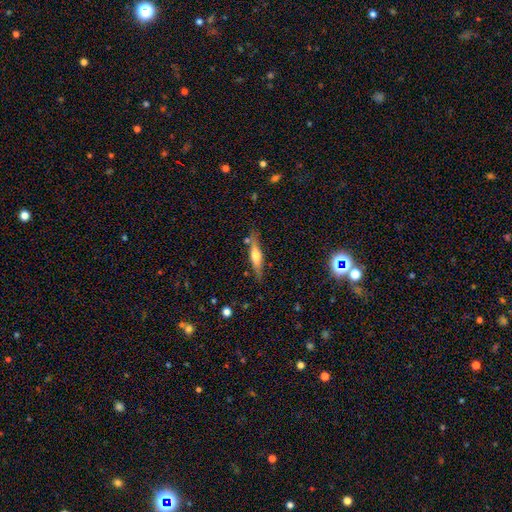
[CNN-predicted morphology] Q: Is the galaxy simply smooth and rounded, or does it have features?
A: featured or disk — 48%.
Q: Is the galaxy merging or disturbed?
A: none — 77%.